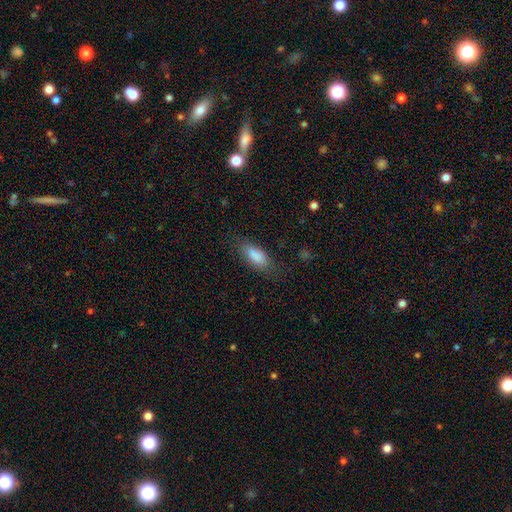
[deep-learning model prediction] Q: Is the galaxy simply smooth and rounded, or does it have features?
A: smooth — 85%.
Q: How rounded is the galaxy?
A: in between — 81%.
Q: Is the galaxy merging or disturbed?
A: none — 72%.